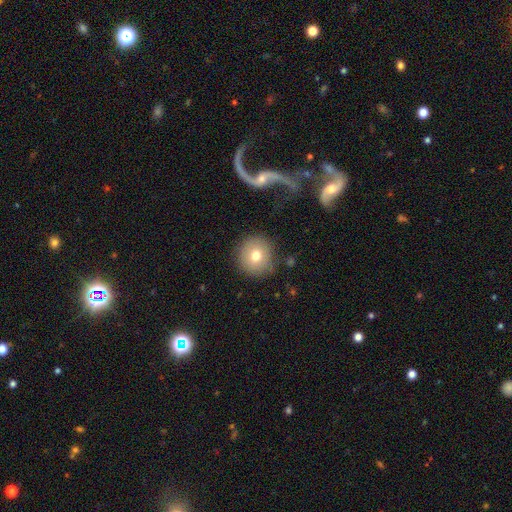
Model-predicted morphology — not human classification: A smooth galaxy with no disk features (74%) that is round (92%).

Vote fractions:
- Smooth or featured? smooth: 74% / featured or disk: 15% / star or artifact: 11%
- How rounded? round: 92% / in between: 7% / cigar-shaped: 1%
- Merging? none: 86% / minor disturbance: 9% / major disturbance: 3% / merger: 2%